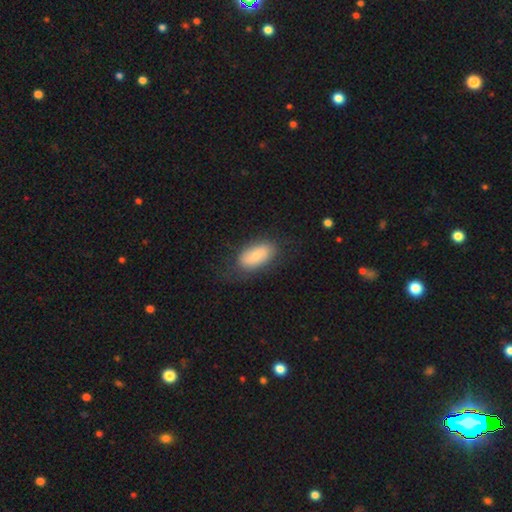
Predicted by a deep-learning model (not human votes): smooth 72%, featured or disk 21%, star or artifact 7%. Down the decision tree: how rounded — in between (92%); merging — none (68%).